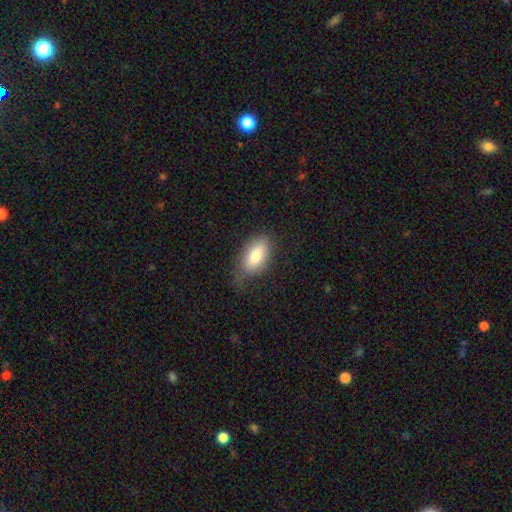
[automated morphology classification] This is clearly a smooth galaxy (80%). How rounded: clearly in between (91%). Merging: likely none (62%).